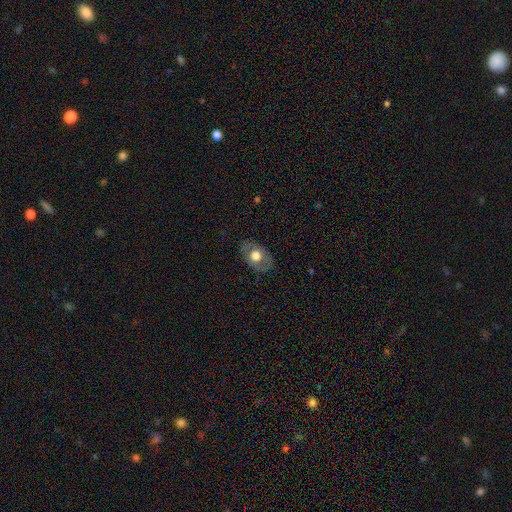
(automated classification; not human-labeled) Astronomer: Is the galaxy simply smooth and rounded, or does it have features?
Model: smooth — 57% (runner-up: featured or disk, 35%).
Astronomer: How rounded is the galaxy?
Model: in between — 75%.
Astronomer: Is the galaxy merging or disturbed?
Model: none — 80%.